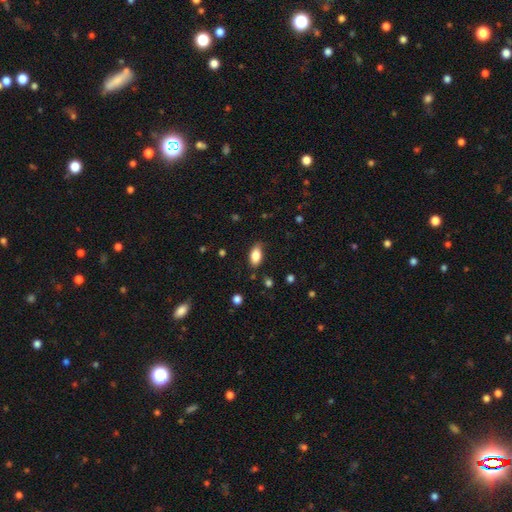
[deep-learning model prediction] Overall: smooth (84%). How rounded: in between (90%). Merging: none (80%).